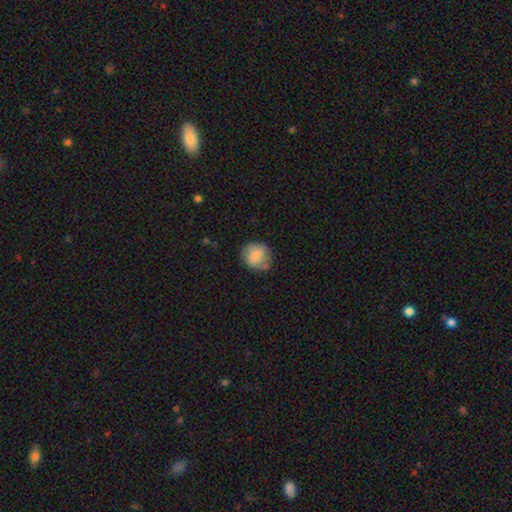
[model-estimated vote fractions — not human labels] Smooth or featured: smooth — 77% (featured or disk — 16%)
How rounded: round — 82% (in between — 17%)
Merging: none — 68% (minor disturbance — 22%)